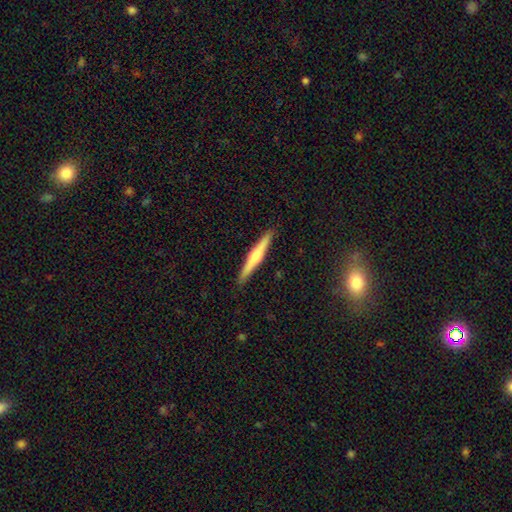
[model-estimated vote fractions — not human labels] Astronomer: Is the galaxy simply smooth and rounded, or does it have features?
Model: featured or disk — 61%.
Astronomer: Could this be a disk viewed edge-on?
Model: yes — 98%.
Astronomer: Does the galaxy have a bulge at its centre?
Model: rounded — 86%.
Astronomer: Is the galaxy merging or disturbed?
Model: none — 91%.